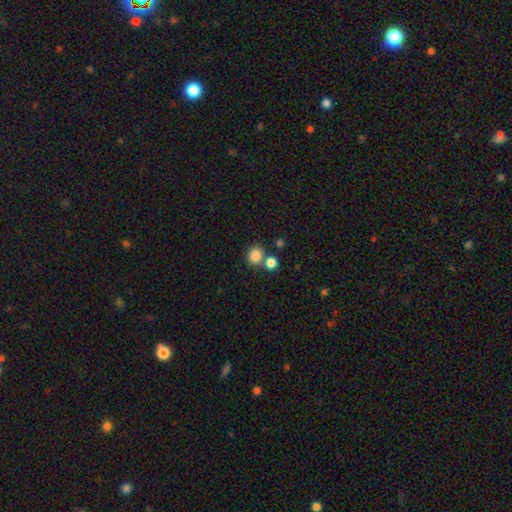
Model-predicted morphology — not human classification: type=smooth (84%); roundness=round (78%); merging=none (62%).